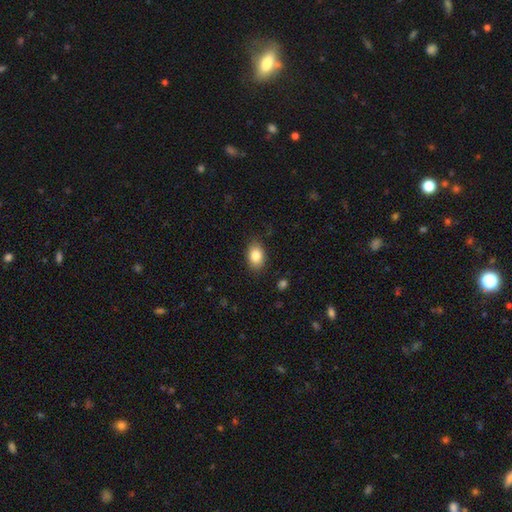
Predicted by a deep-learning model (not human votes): The model was most divided on "how rounded": in between: 82%, round: 16%, cigar-shaped: 1%. More confident: smooth or featured — smooth (84%); merging — none (84%).